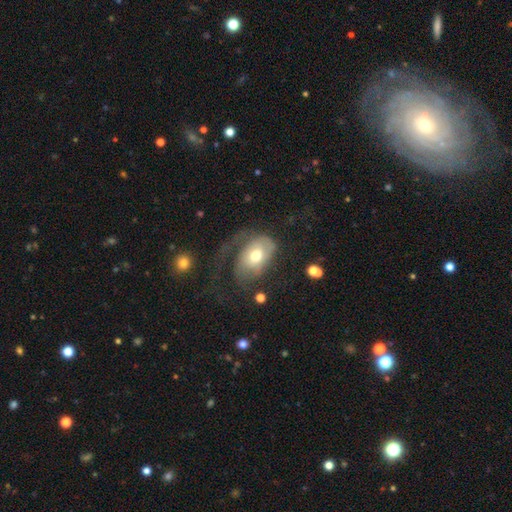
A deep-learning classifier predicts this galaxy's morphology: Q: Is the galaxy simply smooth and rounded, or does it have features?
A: featured or disk — 47%.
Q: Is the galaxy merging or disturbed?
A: major disturbance — 52%.